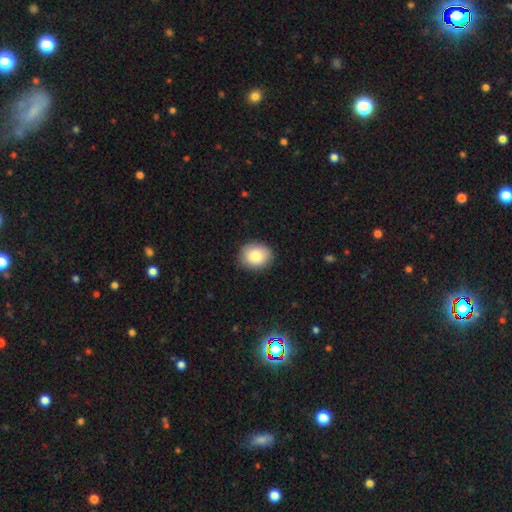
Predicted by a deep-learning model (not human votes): Smooth or featured? smooth (83%)
How rounded? round (60%)
Merging? none (87%)